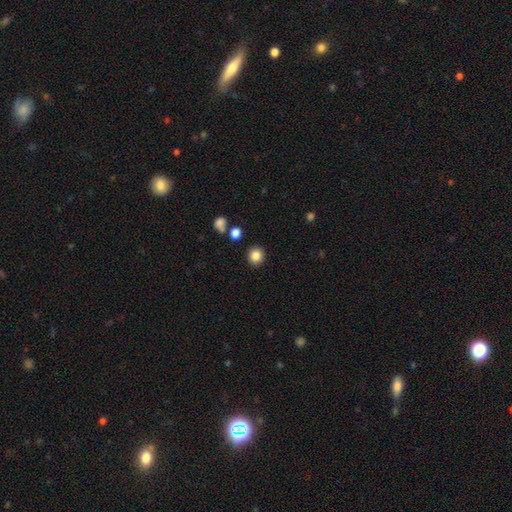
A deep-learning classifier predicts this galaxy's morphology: Smooth or featured? smooth (85%)
How rounded? round (90%)
Merging? none (90%)